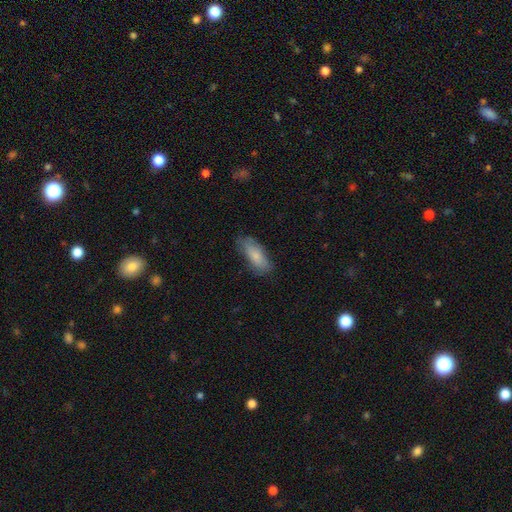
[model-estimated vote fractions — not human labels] Smooth or featured: smooth — 79% (featured or disk — 15%)
How rounded: in between — 73% (cigar-shaped — 25%)
Merging: none — 69% (minor disturbance — 23%)